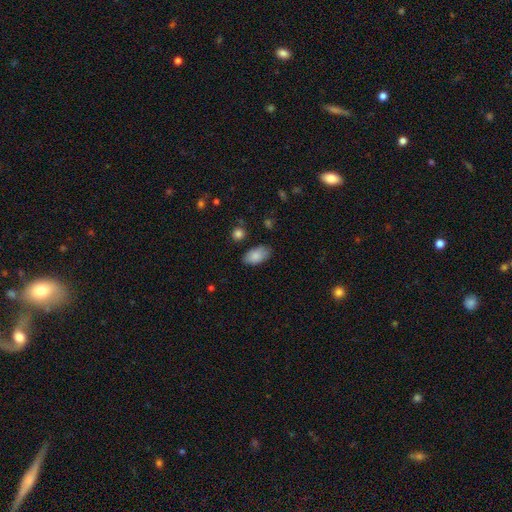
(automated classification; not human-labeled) A smooth galaxy with no disk features (85%) that is in between round and cigar-shaped (93%). Merging: none (79%).